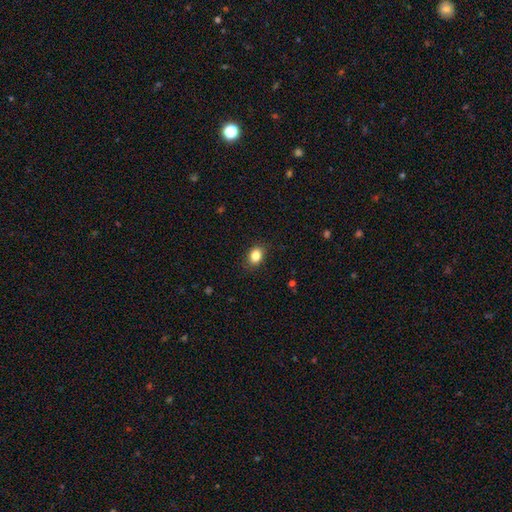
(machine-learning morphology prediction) This appears to be a smooth galaxy with no disk features (84%) that is in between round and cigar-shaped (62%). Merging: none (87%).